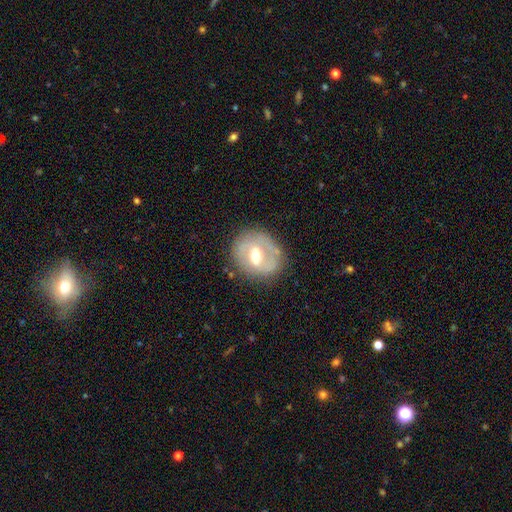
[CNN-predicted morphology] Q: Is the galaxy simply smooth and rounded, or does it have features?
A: featured or disk — 57%.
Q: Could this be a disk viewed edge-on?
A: no — 94%.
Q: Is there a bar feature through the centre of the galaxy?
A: weak — 50%.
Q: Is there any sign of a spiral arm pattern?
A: no — 59%.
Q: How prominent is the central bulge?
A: moderate — 73%.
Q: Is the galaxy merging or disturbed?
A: none — 72%.